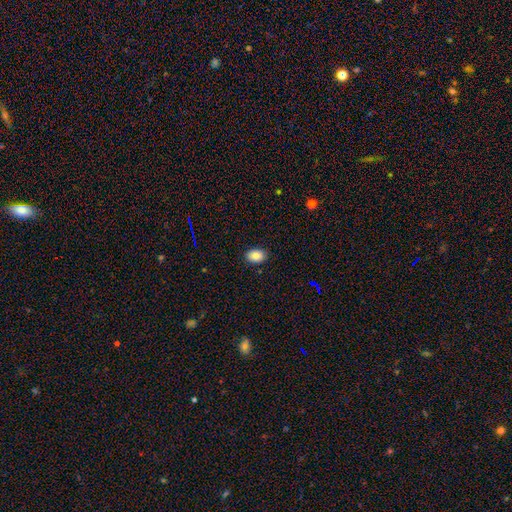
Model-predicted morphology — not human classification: A smooth galaxy with no disk features (82%) that is in between round and cigar-shaped (84%).

Vote fractions:
- Smooth or featured? smooth: 82% / featured or disk: 9% / star or artifact: 9%
- How rounded? in between: 84% / round: 15% / cigar-shaped: 1%
- Merging? none: 88% / minor disturbance: 9% / major disturbance: 2% / merger: 1%